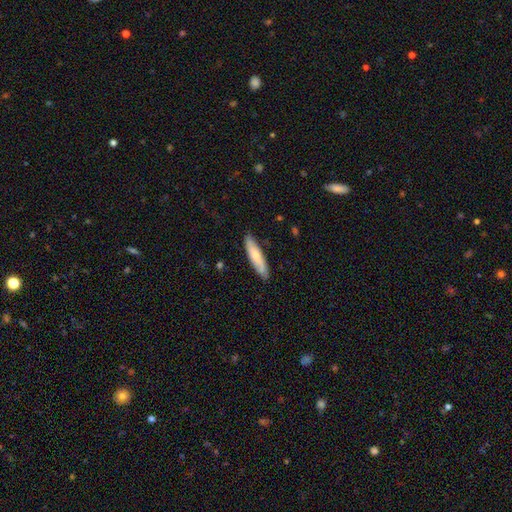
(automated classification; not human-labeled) The model was most divided on "smooth or featured": smooth: 68%, featured or disk: 27%, star or artifact: 5%. More confident: merging — none (84%); how rounded — cigar-shaped (76%).